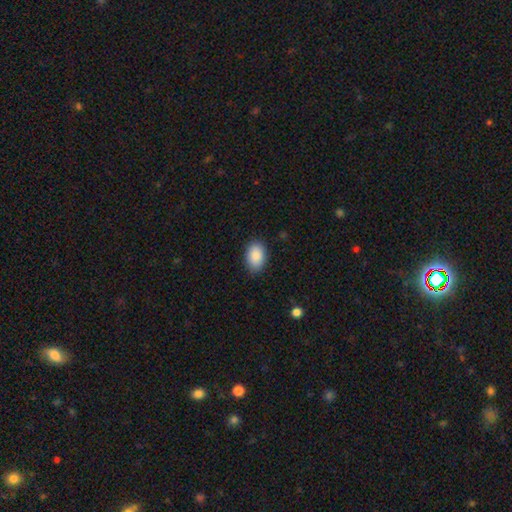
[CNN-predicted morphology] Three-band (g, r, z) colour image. It shows a smooth galaxy with no disk features (88%) that is in between round and cigar-shaped (87%). Merging: none (87%).